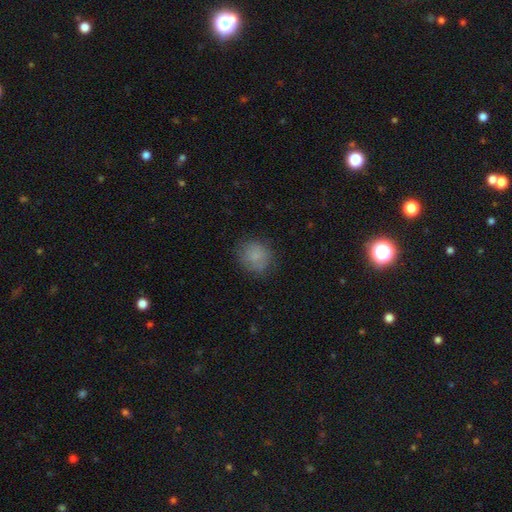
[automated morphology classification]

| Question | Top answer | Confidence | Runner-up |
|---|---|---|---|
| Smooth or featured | smooth | 81% | star or artifact (10%) |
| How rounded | round | 82% | in between (17%) |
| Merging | none | 78% | minor disturbance (16%) |